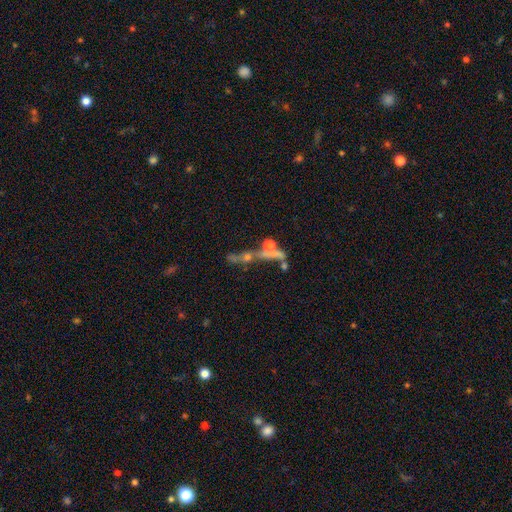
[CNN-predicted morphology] The model was most divided on "merging": merger: 40%, none: 38%, minor disturbance: 11%, major disturbance: 11%. Remaining: smooth or featured — smooth (36%).